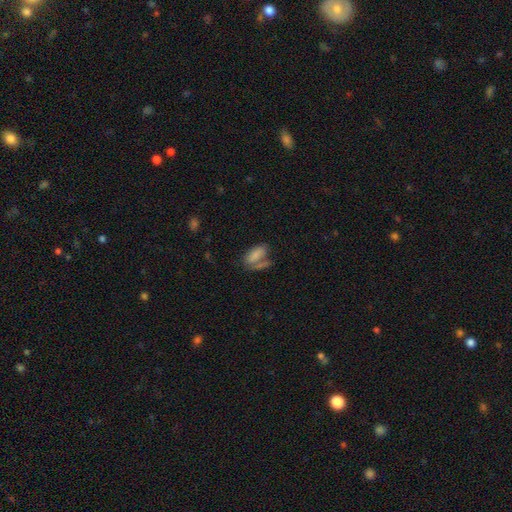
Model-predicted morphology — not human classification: Smooth or featured? Predicted: smooth (p=0.77). How rounded? Predicted: in between (p=0.86). Merging? Predicted: none (p=0.42).